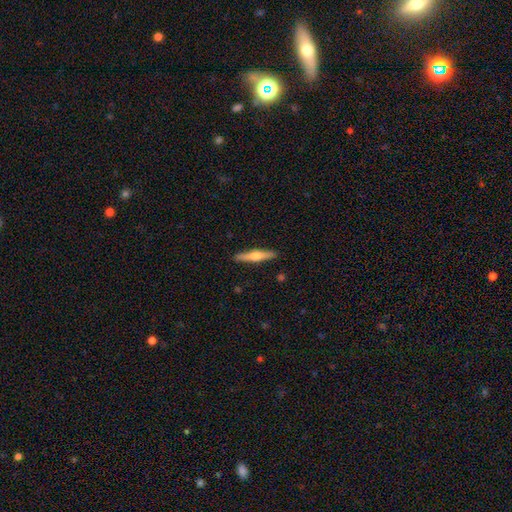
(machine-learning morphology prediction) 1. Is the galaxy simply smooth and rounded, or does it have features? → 54% featured or disk, 41% smooth, 5% star or artifact.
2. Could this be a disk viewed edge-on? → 97% yes, 3% no.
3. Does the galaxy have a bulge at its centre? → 85% rounded, 9% boxy, 6% none.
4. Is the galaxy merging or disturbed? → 91% none, 7% minor disturbance, 1% major disturbance, 1% merger.